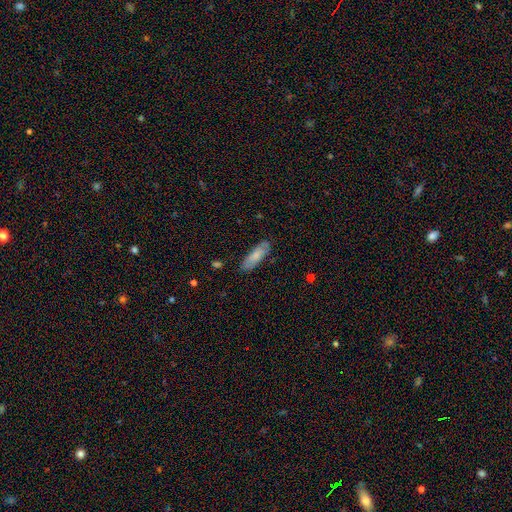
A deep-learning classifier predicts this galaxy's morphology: smooth_or_featured: smooth (p=0.74) [alt: featured or disk p=0.20]
how_rounded: in between (p=0.56) [alt: cigar-shaped p=0.42]
merging: none (p=0.81) [alt: minor disturbance p=0.15]